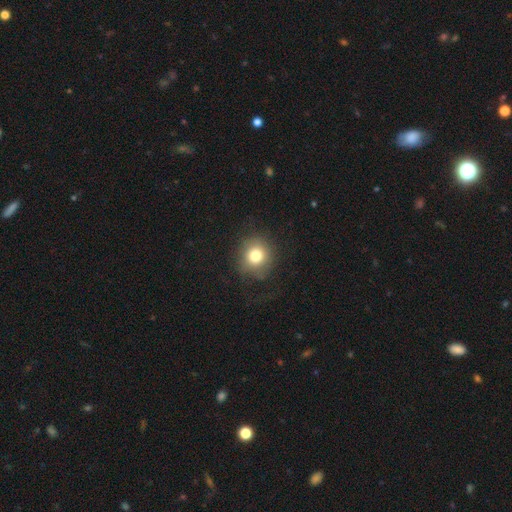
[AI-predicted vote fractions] smooth 78%, star or artifact 12%, featured or disk 11%. Down the decision tree: how rounded — round (88%); merging — none (78%).